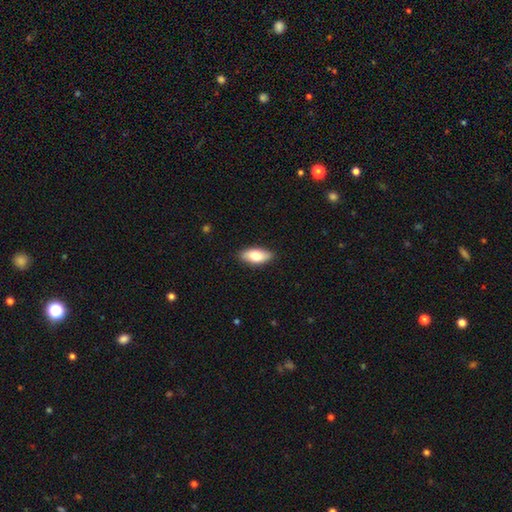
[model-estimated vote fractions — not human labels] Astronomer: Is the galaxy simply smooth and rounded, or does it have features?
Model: smooth — 79%.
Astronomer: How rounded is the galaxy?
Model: in between — 88%.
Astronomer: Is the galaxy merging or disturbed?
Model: none — 88%.